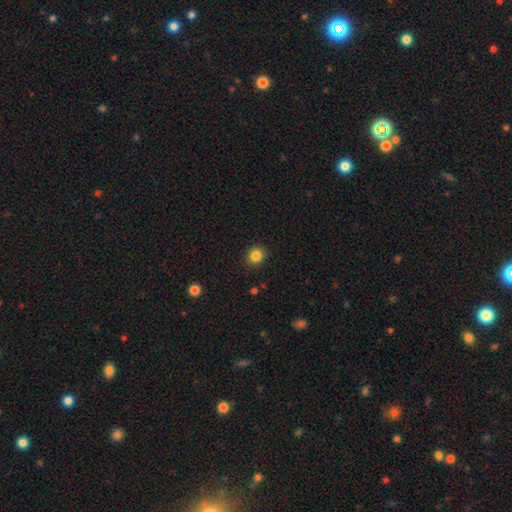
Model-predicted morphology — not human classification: Smooth or featured? Predicted: smooth (p=0.85). How rounded? Predicted: round (p=0.84). Merging? Predicted: none (p=0.91).